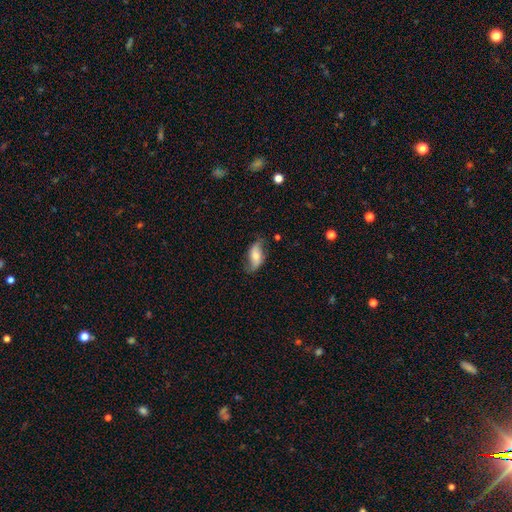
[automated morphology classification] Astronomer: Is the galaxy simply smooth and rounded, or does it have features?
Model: smooth — 53% (runner-up: featured or disk, 40%).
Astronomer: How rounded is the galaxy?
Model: in between — 89%.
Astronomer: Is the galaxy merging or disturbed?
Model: none — 63%.